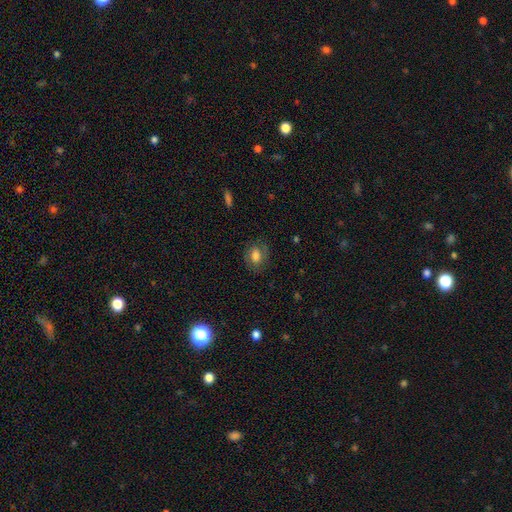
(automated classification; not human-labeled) Overall: smooth (65%; featured or disk 26%). How rounded: in between (68%; round 30%). Merging: none (76%).